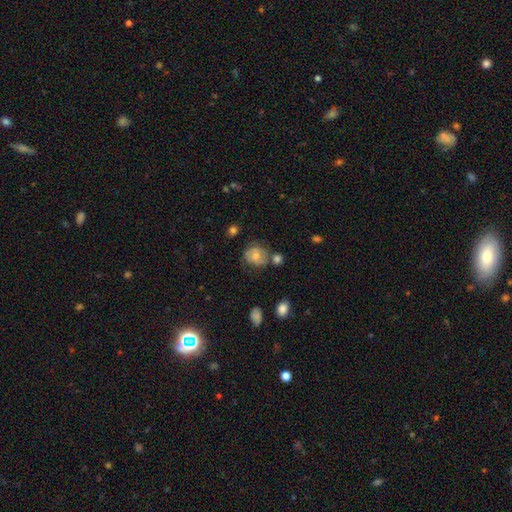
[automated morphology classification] Smooth or featured? Predicted: smooth (p=0.51). How rounded? Predicted: round (p=0.68). Merging? Predicted: none (p=0.58).